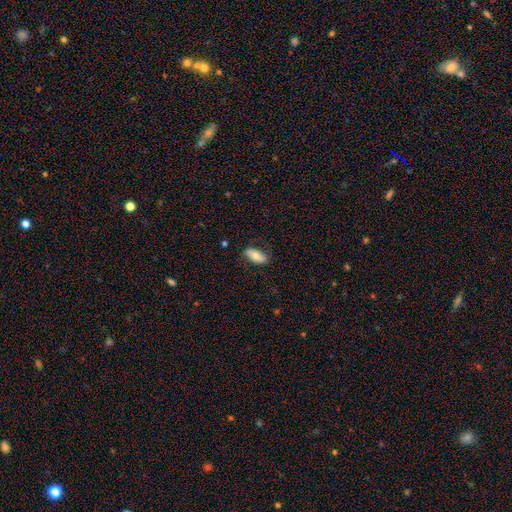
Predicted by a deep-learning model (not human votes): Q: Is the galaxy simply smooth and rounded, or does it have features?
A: smooth — 68%.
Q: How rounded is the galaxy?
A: in between — 86%.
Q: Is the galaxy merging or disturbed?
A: none — 79%.